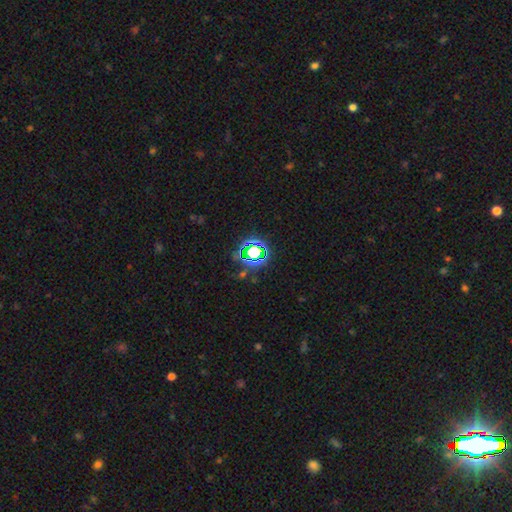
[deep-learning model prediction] Smooth or featured: star or artifact — 70% (smooth — 20%)